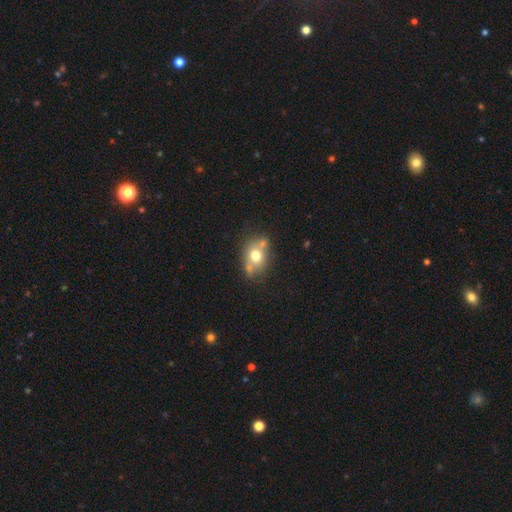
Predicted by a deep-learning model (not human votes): The model was most divided on "how rounded": in between: 50%, round: 48%, cigar-shaped: 2%. More confident: smooth or featured — smooth (66%); merging — none (54%).